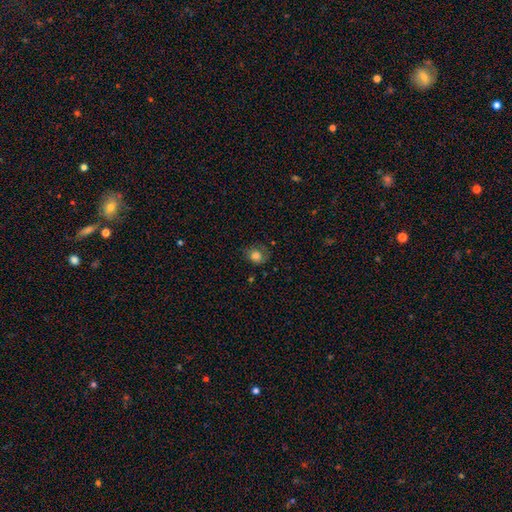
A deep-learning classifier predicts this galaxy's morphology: This appears to be a smooth galaxy with no disk features (73%) that is round (60%). Merging: none (53%).